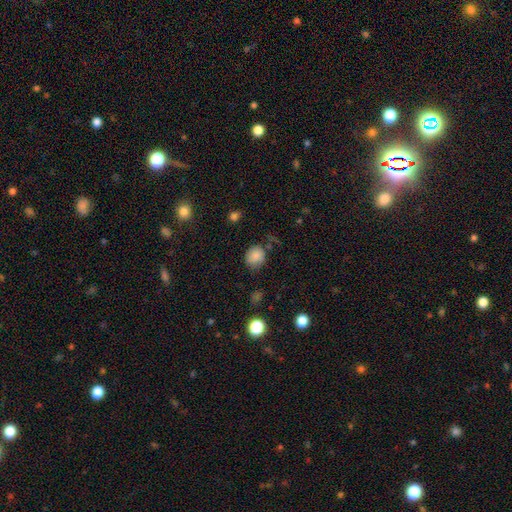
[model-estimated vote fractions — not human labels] Overall: smooth (82%). How rounded: round (70%). Merging: none (67%).